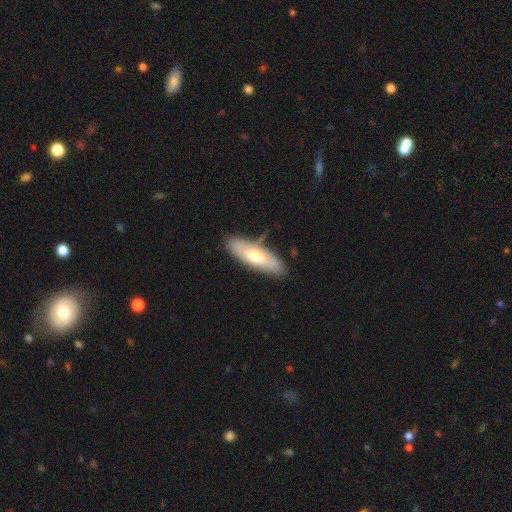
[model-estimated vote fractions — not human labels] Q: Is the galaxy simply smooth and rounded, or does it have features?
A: smooth — 59%.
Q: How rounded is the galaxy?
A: in between — 59%.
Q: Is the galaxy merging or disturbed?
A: none — 73%.